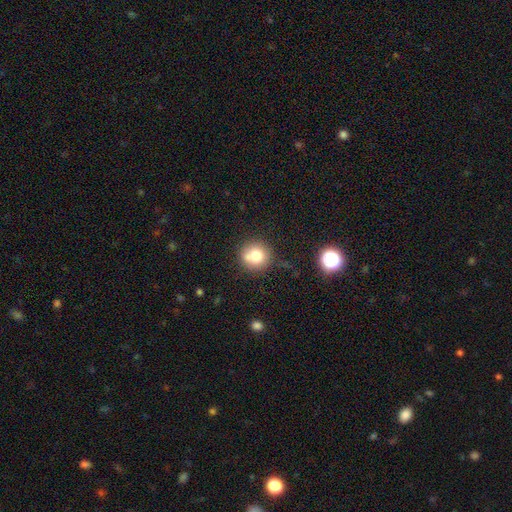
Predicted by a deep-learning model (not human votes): Q: Smooth or featured?
A: smooth (75%); runner-up: featured or disk (13%)
Q: How rounded?
A: round (91%); runner-up: in between (8%)
Q: Merging?
A: none (70%); runner-up: minor disturbance (14%)